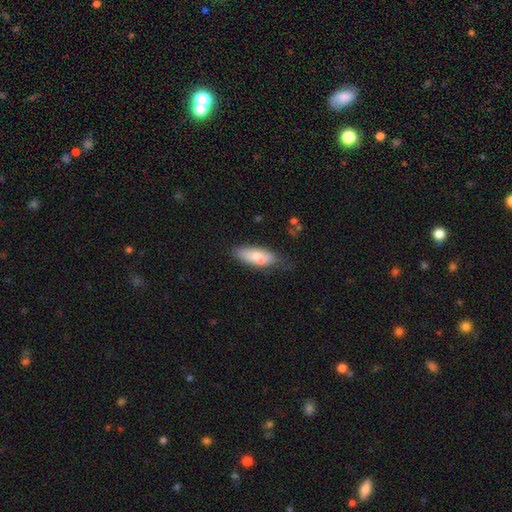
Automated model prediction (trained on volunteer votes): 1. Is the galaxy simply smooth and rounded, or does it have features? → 76% smooth, 18% featured or disk, 7% star or artifact.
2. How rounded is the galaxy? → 66% in between, 32% cigar-shaped, 2% round.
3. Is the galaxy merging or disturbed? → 55% none, 29% minor disturbance, 9% major disturbance, 7% merger.